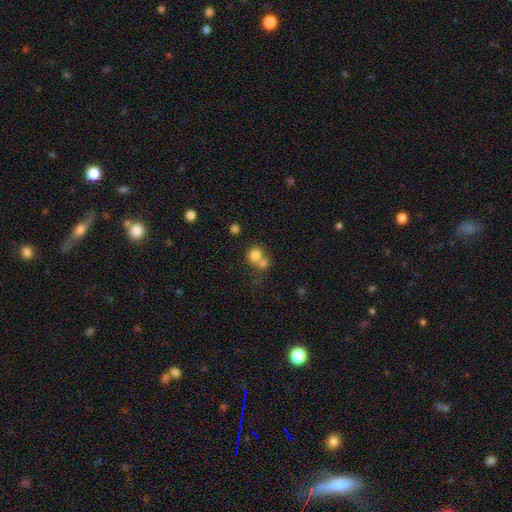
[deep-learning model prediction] Morphology: type=smooth (78%); roundness=round (81%); merging=merger (51%).